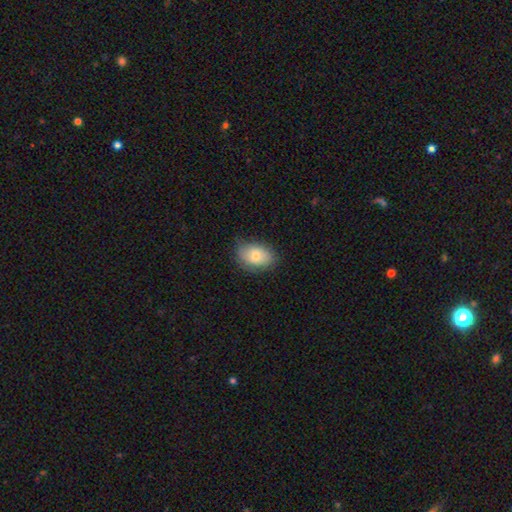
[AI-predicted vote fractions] Smooth or featured? smooth (76%)
How rounded? in between (84%)
Merging? none (76%)